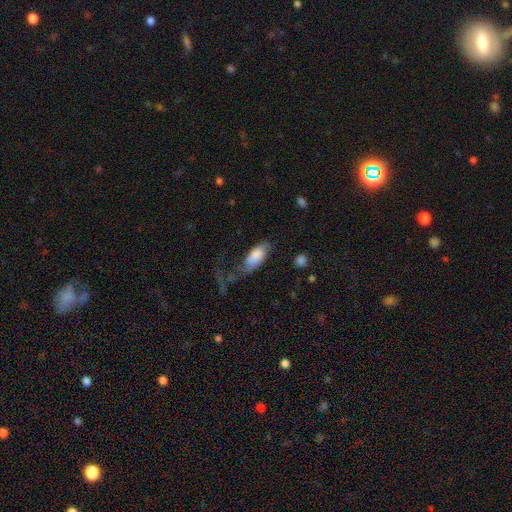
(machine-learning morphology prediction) smooth_or_featured: smooth (p=0.71) [alt: featured or disk p=0.23]
how_rounded: in between (p=0.89) [alt: cigar-shaped p=0.08]
merging: major disturbance (p=0.39) [alt: none p=0.30]